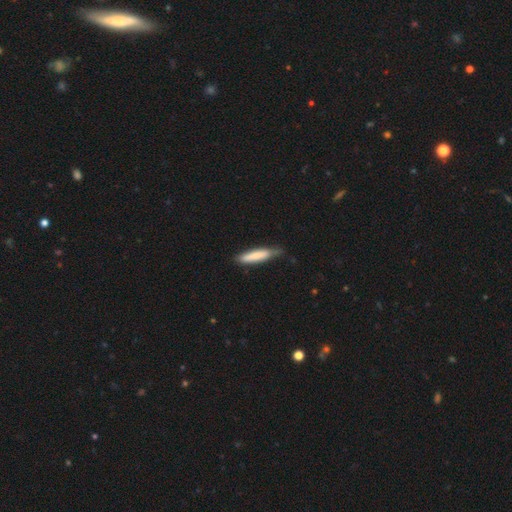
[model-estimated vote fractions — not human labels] Smooth or featured: smooth — 78% (featured or disk — 17%)
How rounded: cigar-shaped — 84% (in between — 15%)
Merging: none — 67% (minor disturbance — 27%)